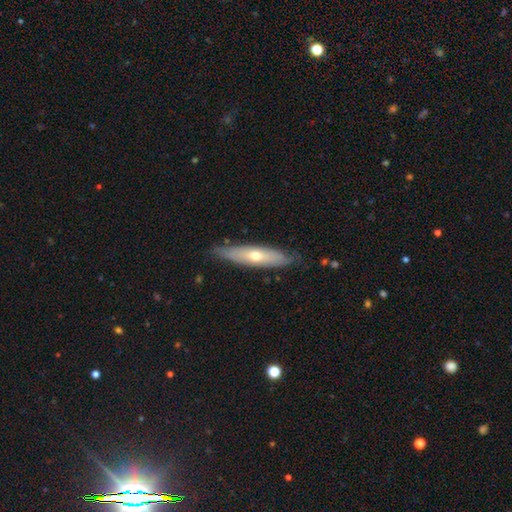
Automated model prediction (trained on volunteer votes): A featured or disk galaxy (48%).

Vote fractions:
- Smooth or featured? featured or disk: 48% / smooth: 46% / star or artifact: 6%
- Merging? none: 79% / minor disturbance: 16% / major disturbance: 3% / merger: 1%